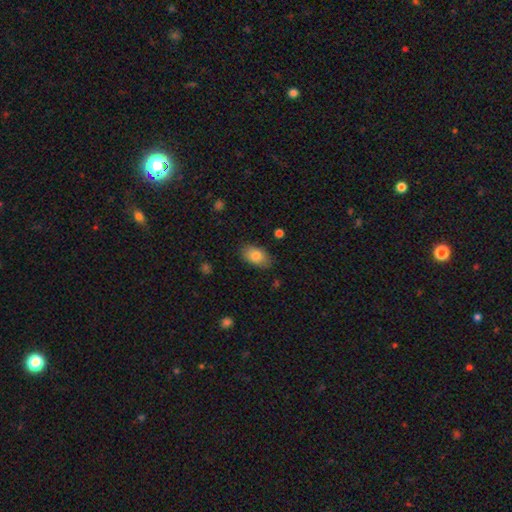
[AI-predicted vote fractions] smooth-or-featured: smooth: 82% | featured or disk: 11% | star or artifact: 7%
  how-rounded: in between: 91% | round: 7% | cigar-shaped: 2%
  merging: none: 82% | minor disturbance: 14% | major disturbance: 3% | merger: 1%